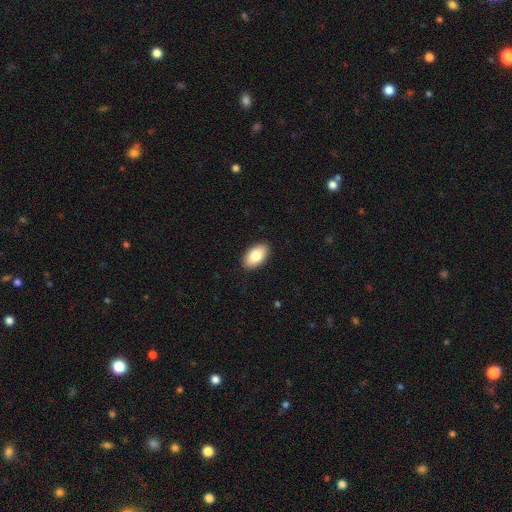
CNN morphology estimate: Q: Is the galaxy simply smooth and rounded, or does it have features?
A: smooth — 82%.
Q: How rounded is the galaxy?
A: in between — 94%.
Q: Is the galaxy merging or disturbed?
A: none — 90%.